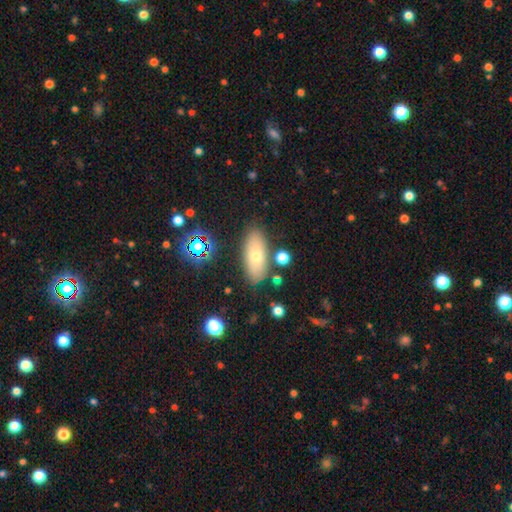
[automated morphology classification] smooth_or_featured: smooth (p=0.65) [alt: featured or disk p=0.24]
how_rounded: in between (p=0.81) [alt: cigar-shaped p=0.15]
merging: none (p=0.82) [alt: minor disturbance p=0.11]